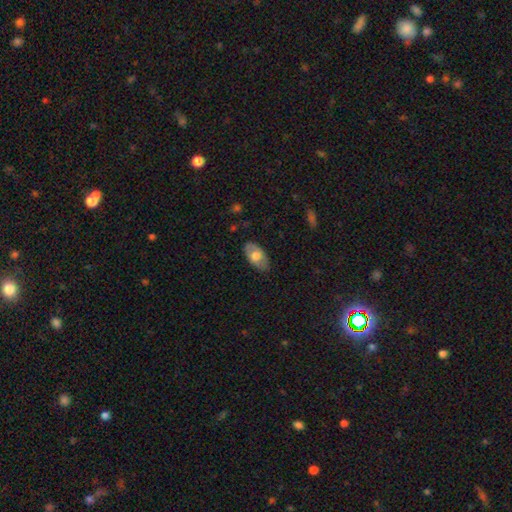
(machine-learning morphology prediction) smooth_or_featured: smooth (p=0.65) [alt: featured or disk p=0.29]
how_rounded: in between (p=0.94) [alt: round p=0.04]
merging: none (p=0.81) [alt: minor disturbance p=0.15]